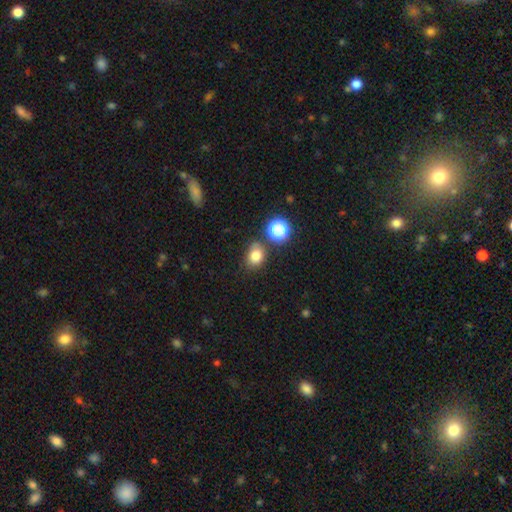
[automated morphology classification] Smooth or featured? smooth (79%)
How rounded? in between (52%)
Merging? none (70%)